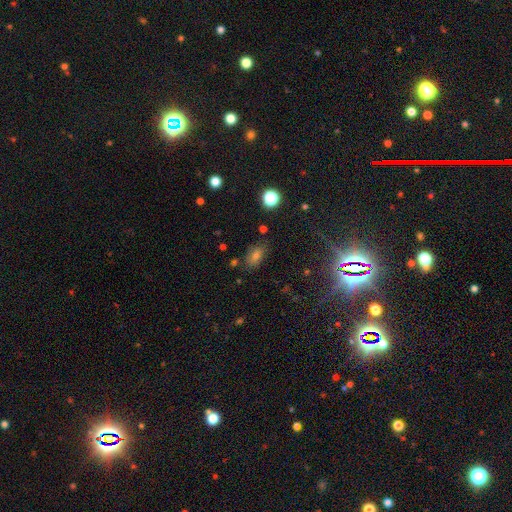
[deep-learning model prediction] Q: Smooth or featured?
A: smooth (52%); runner-up: star or artifact (33%)
Q: How rounded?
A: in between (84%); runner-up: round (12%)
Q: Merging?
A: none (79%); runner-up: minor disturbance (13%)